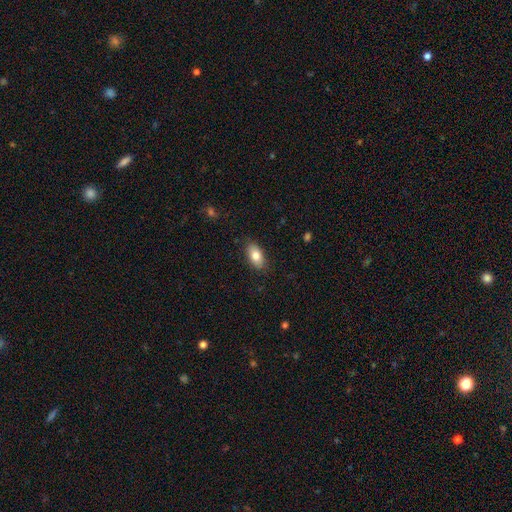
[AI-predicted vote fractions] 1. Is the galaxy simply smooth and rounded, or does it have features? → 80% smooth, 13% featured or disk, 7% star or artifact.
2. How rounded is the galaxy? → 91% in between, 5% round, 4% cigar-shaped.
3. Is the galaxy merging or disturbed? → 86% none, 11% minor disturbance, 2% major disturbance, 1% merger.